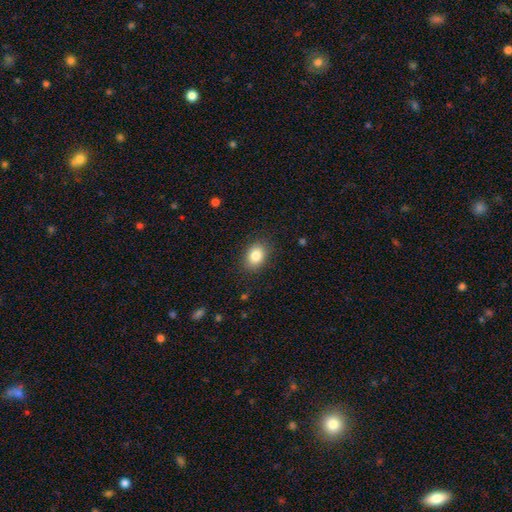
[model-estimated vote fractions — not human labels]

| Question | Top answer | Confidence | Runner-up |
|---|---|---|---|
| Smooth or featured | smooth | 85% | star or artifact (9%) |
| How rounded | in between | 68% | round (31%) |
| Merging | none | 85% | minor disturbance (11%) |